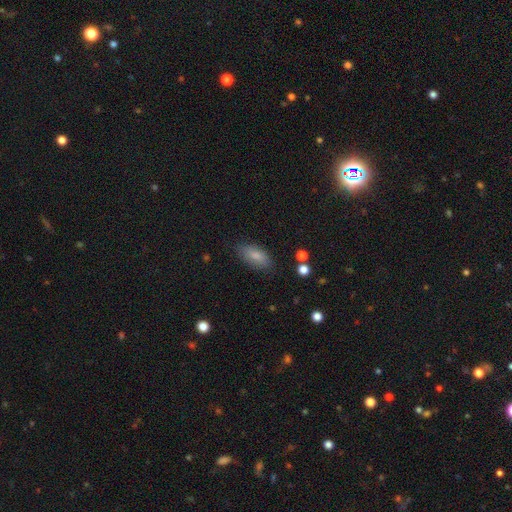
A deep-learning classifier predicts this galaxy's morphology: smooth_or_featured: smooth (p=0.82) [alt: featured or disk p=0.11]
how_rounded: in between (p=0.84) [alt: cigar-shaped p=0.13]
merging: none (p=0.80) [alt: minor disturbance p=0.15]